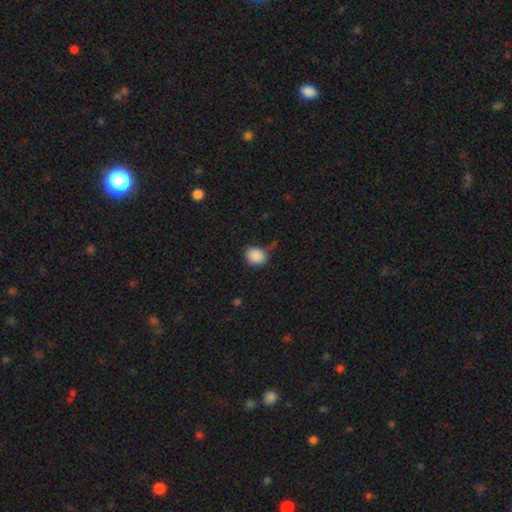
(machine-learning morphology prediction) This is clearly a smooth galaxy (88%). How rounded: likely round (63%). Merging: likely none (68%).